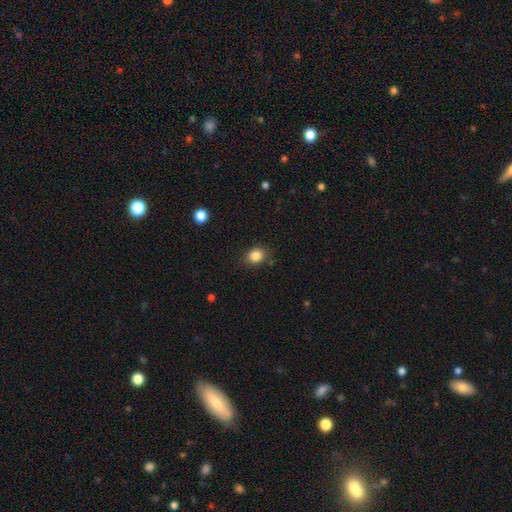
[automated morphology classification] A smooth galaxy with no disk features (85%) that is round (54%). Merging: none (83%).